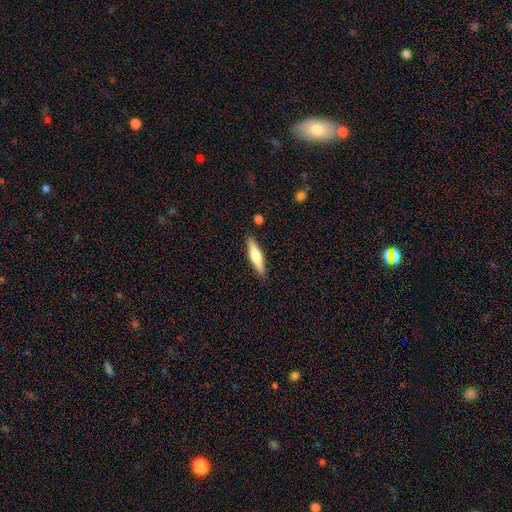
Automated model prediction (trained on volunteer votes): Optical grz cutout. It shows a featured or disk galaxy (49%). Merging: none (88%).